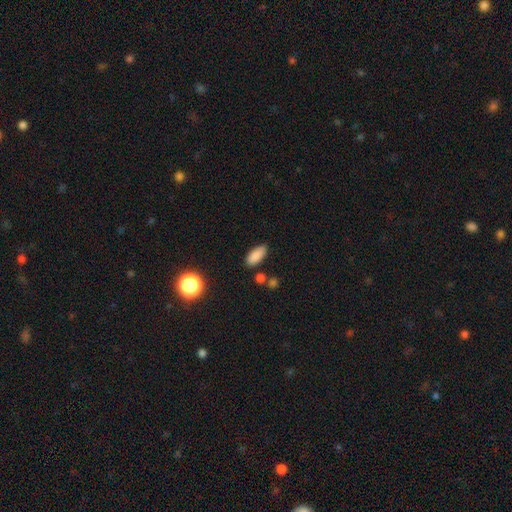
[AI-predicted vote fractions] Q: Smooth or featured?
A: smooth (86%); runner-up: star or artifact (9%)
Q: How rounded?
A: in between (83%); runner-up: cigar-shaped (14%)
Q: Merging?
A: none (82%); runner-up: minor disturbance (12%)